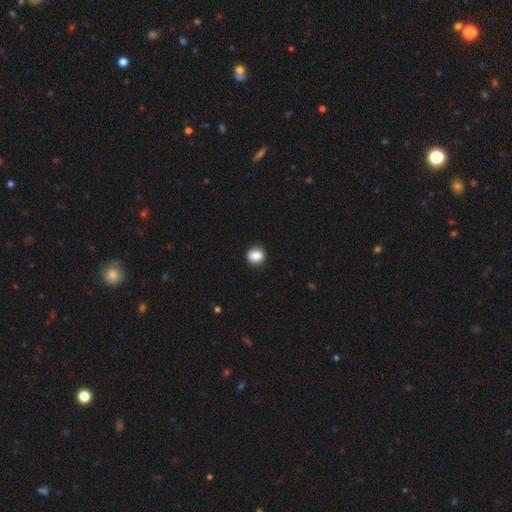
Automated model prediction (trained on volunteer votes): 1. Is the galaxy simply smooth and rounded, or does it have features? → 86% smooth, 9% star or artifact, 5% featured or disk.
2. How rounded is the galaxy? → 64% round, 35% in between, 1% cigar-shaped.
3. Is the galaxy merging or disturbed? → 88% none, 9% minor disturbance, 2% major disturbance, 1% merger.